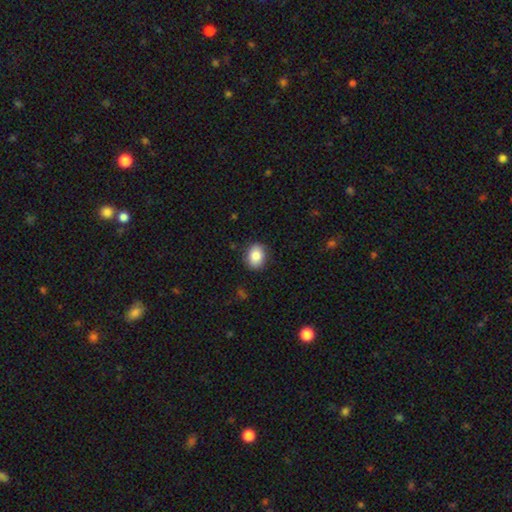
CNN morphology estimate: This is clearly a smooth galaxy (84%). How rounded: possibly round (52%). Merging: clearly none (86%).